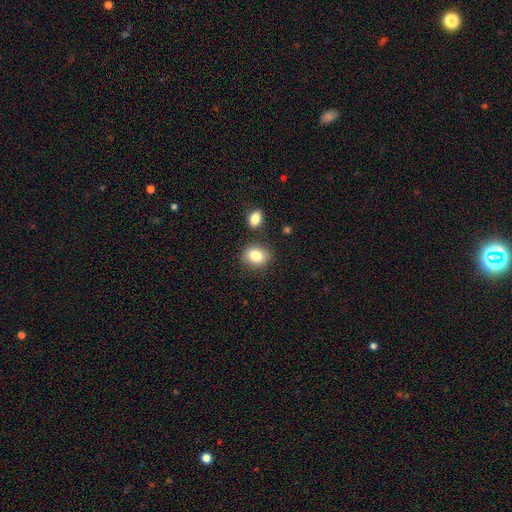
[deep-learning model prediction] Morphology: type=smooth (84%); roundness=round (52%); merging=none (79%).